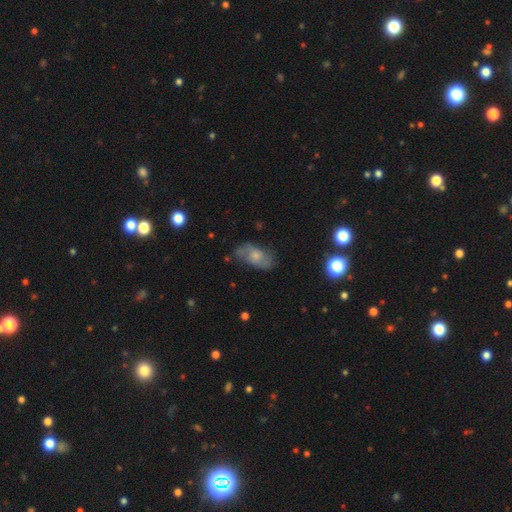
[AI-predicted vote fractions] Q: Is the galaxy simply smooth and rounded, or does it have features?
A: smooth — 50%.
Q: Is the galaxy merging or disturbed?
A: none — 64%.